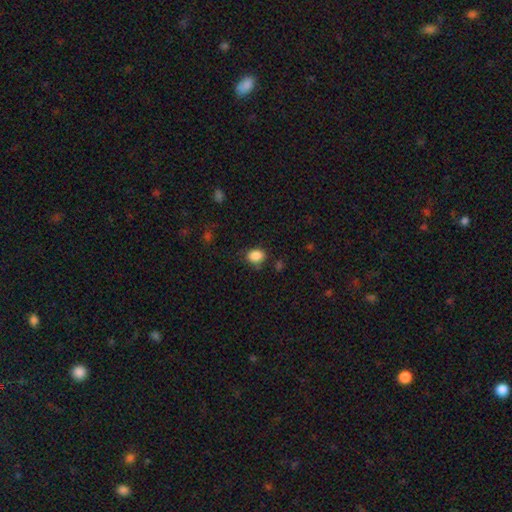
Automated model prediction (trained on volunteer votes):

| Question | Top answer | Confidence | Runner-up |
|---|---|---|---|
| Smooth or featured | smooth | 87% | star or artifact (9%) |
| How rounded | in between | 56% | round (43%) |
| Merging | none | 77% | minor disturbance (16%) |